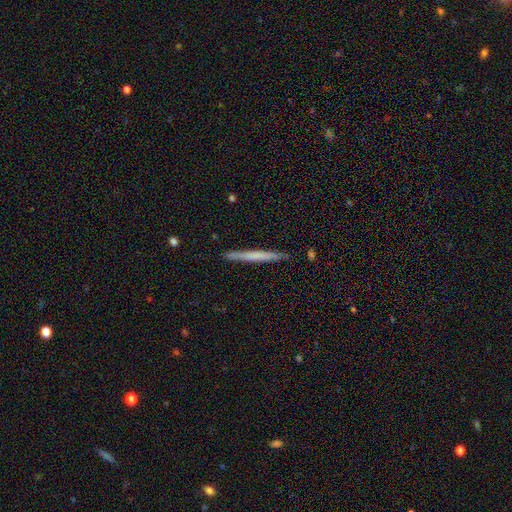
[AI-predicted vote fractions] The model was most divided on "smooth or featured": smooth: 54%, featured or disk: 40%, star or artifact: 6%. More confident: how rounded — cigar-shaped (97%); merging — none (90%).